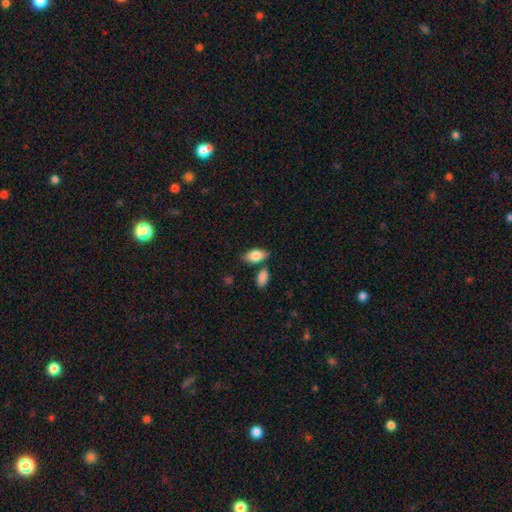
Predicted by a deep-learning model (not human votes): This is clearly a smooth galaxy (83%). How rounded: clearly in between (91%). Merging: likely none (71%).